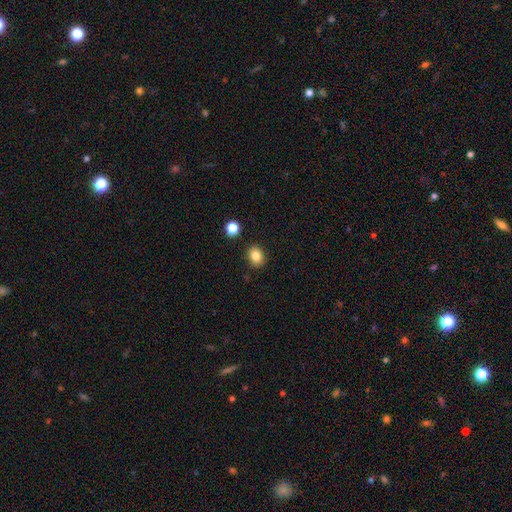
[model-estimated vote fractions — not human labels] Overall: smooth (84%). How rounded: round (52%; in between 47%). Merging: none (86%).